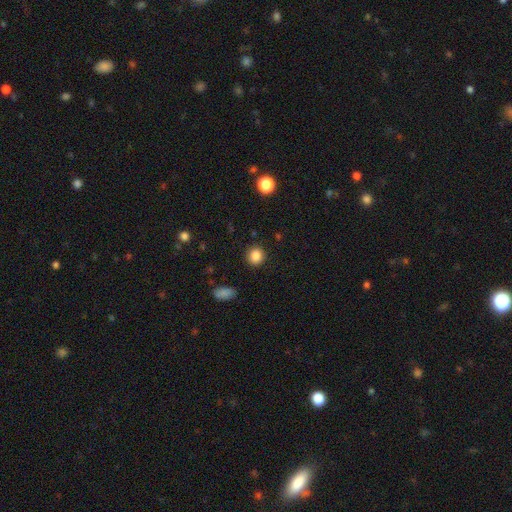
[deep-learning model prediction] smooth-or-featured: smooth: 86% | star or artifact: 10% | featured or disk: 4%
  how-rounded: round: 85% | in between: 14% | cigar-shaped: 1%
  merging: none: 90% | minor disturbance: 6% | major disturbance: 2% | merger: 1%